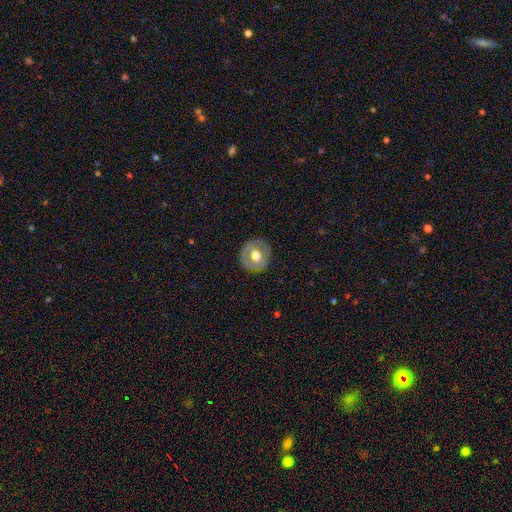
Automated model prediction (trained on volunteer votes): Smooth or featured?
  - featured or disk: 49% *
  - smooth: 45%
  - star or artifact: 6%
Merging?
  - none: 85% *
  - minor disturbance: 11%
  - major disturbance: 3%
  - merger: 1%